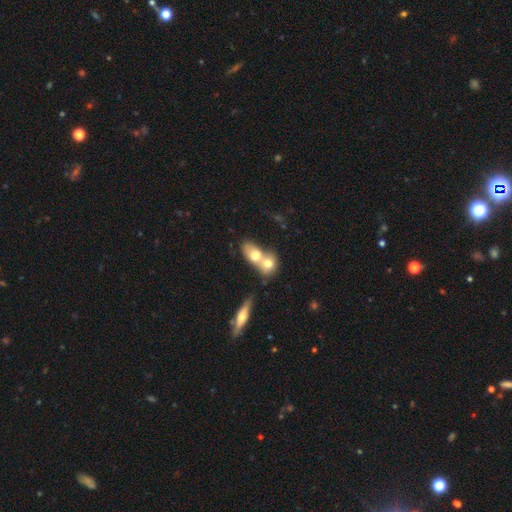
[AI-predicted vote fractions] Overall: smooth (66%). How rounded: in between (67%; round 28%). Merging: merger (75%).